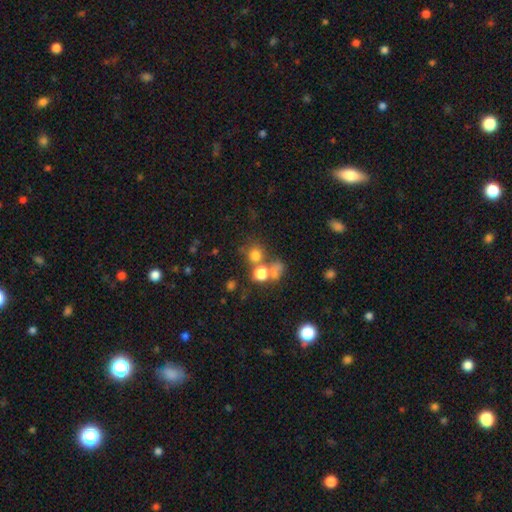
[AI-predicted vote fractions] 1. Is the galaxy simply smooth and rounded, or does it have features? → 71% smooth, 20% star or artifact, 9% featured or disk.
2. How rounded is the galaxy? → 86% round, 13% in between, 1% cigar-shaped.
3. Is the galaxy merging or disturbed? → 58% none, 27% merger, 9% minor disturbance, 6% major disturbance.